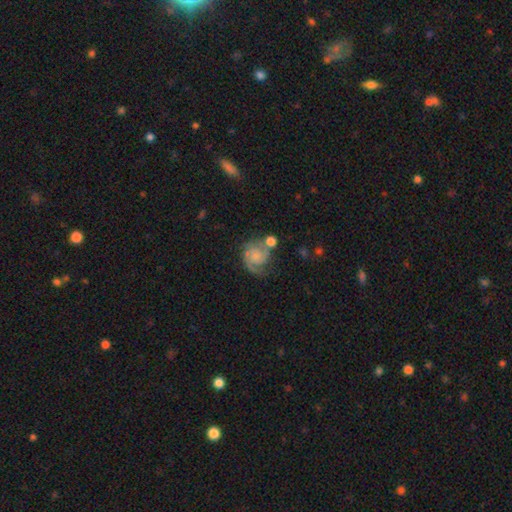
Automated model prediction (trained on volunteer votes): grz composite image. It shows a featured or disk galaxy (75%) with no bar (71%), 2 (69%) medium (42%, tied with tight) spiral arms (95%) and a small central bulge (48%). Merging: none (48%).